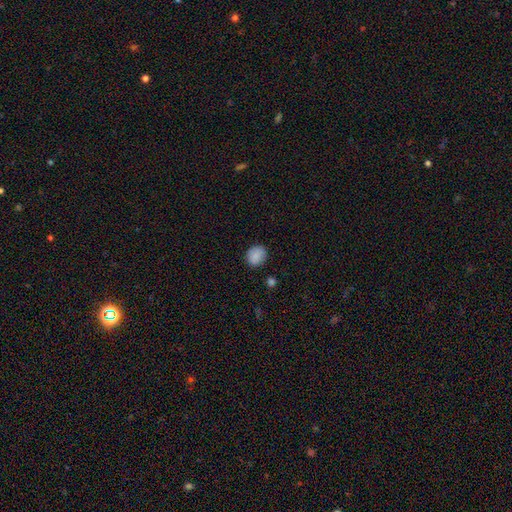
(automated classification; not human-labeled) smooth 86%, star or artifact 9%, featured or disk 5%. Down the decision tree: how rounded — round (75%); merging — none (84%).